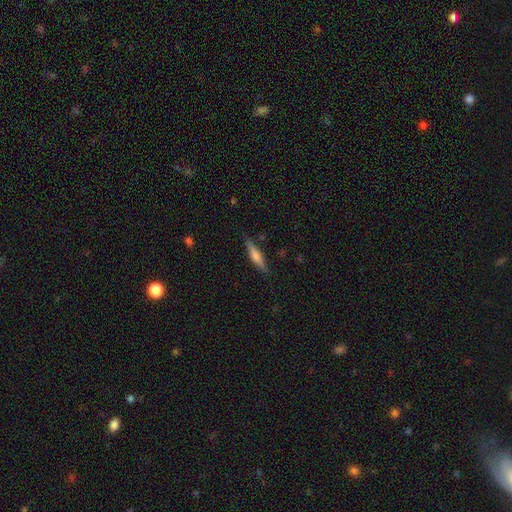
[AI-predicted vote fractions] This appears to be a featured or disk galaxy (48%). Merging: none (88%).